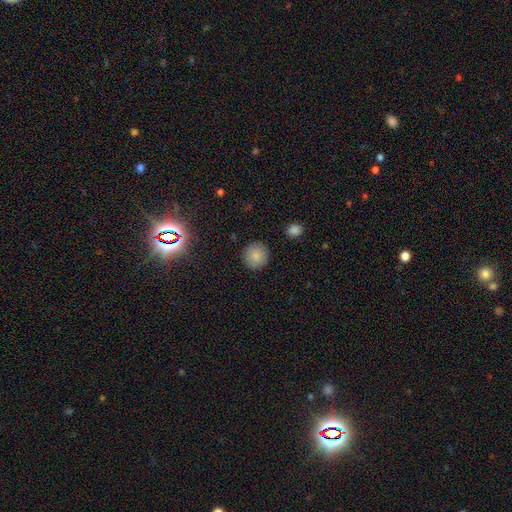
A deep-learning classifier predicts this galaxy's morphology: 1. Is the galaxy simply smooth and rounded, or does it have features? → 85% smooth, 10% star or artifact, 6% featured or disk.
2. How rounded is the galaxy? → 95% round, 4% in between, 1% cigar-shaped.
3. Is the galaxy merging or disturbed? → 91% none, 6% minor disturbance, 2% major disturbance, 1% merger.